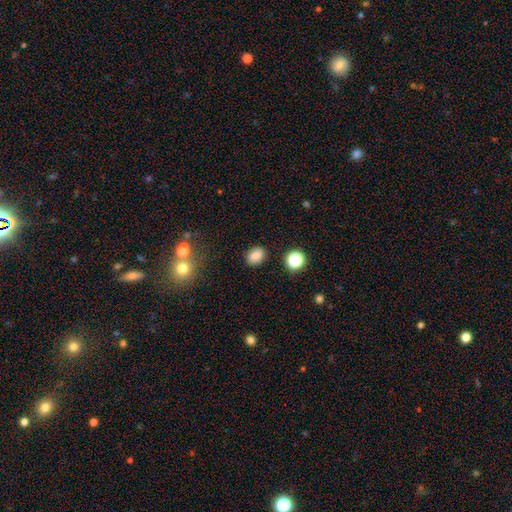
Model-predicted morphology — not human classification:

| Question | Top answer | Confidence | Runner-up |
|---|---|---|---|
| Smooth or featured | smooth | 82% | star or artifact (12%) |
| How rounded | in between | 60% | round (39%) |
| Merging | none | 86% | minor disturbance (9%) |